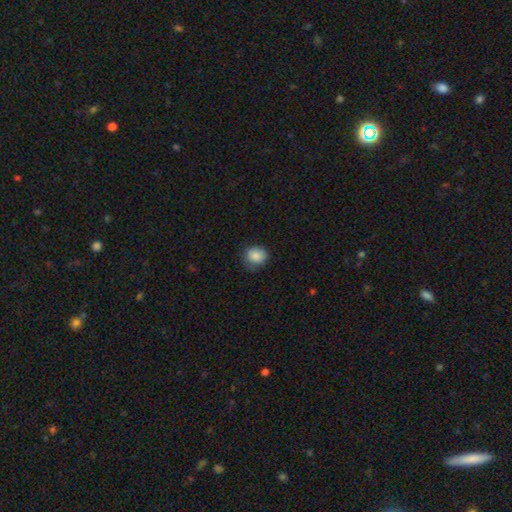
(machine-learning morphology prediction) smooth 86%, star or artifact 9%, featured or disk 5%. Down the decision tree: how rounded — round (76%); merging — none (73%).